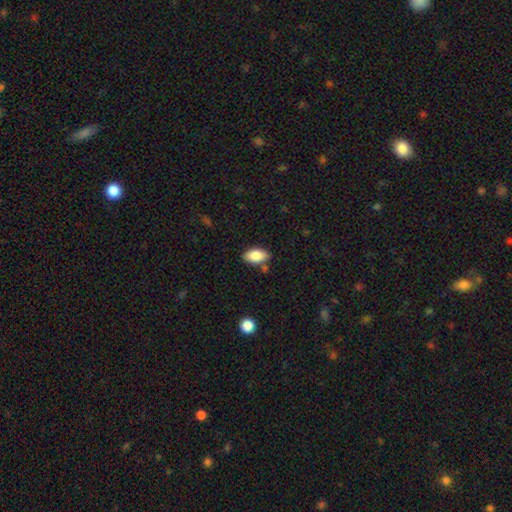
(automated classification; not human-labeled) This appears to be a smooth galaxy with no disk features (84%) that is in between round and cigar-shaped (92%). Merging: none (78%).